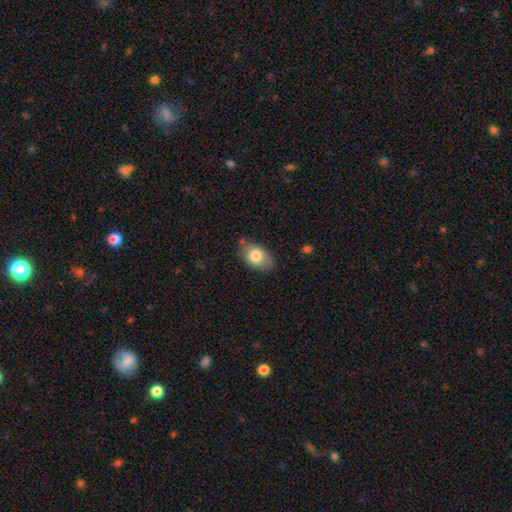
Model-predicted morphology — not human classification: This is clearly a smooth galaxy (80%). How rounded: clearly in between (86%). Merging: likely none (68%).